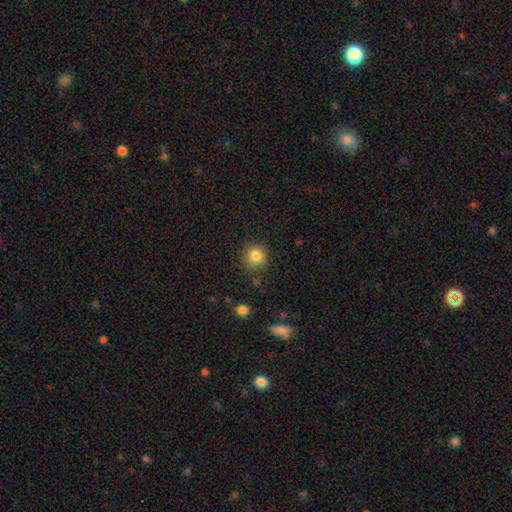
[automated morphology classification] smooth 83%, star or artifact 11%, featured or disk 6%. Down the decision tree: how rounded — round (89%); merging — none (81%).